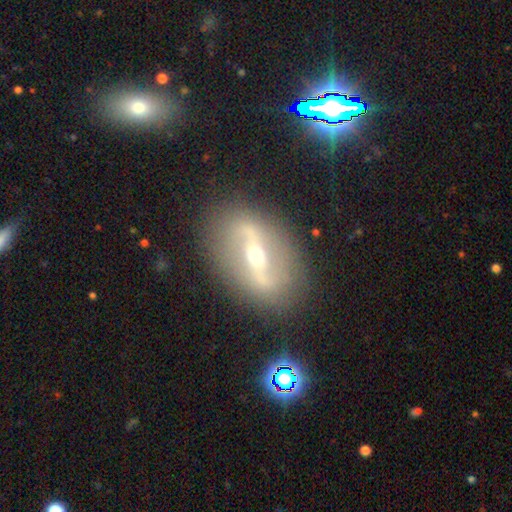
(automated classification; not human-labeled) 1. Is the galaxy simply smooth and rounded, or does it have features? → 80% featured or disk, 11% smooth, 8% star or artifact.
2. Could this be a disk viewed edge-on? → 86% no, 14% yes.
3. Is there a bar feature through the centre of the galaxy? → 68% strong, 22% weak, 10% no.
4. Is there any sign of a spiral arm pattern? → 64% yes, 36% no.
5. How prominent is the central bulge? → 54% moderate, 42% small, 3% large, 1% dominant, 1% none.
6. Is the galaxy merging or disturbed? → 84% none, 11% minor disturbance, 4% major disturbance, 2% merger.